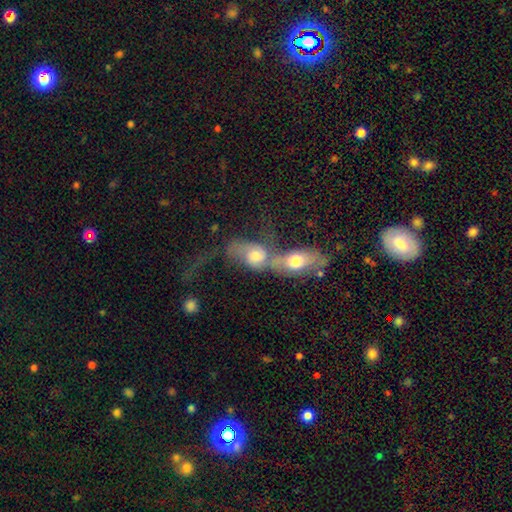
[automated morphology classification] This is possibly a featured or disk galaxy (47%). Merging: likely merger (78%).